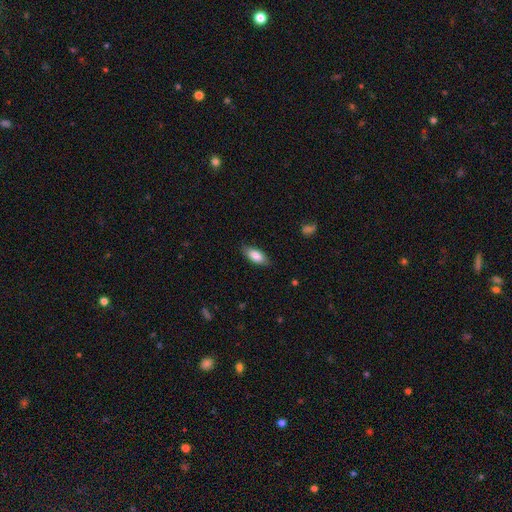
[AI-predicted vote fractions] smooth 85%, featured or disk 9%, star or artifact 6%. Down the decision tree: how rounded — in between (85%); merging — none (85%).